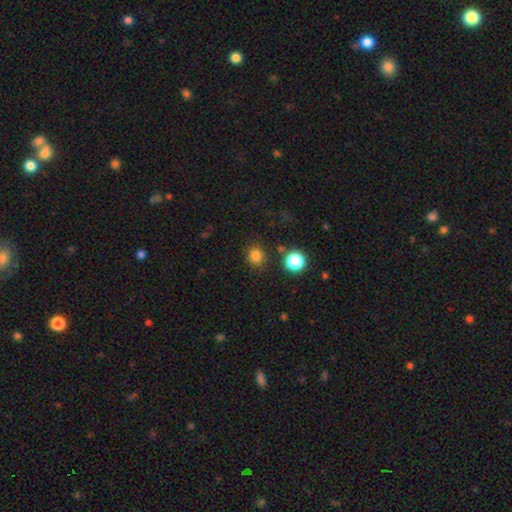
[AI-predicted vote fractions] Overall: smooth (80%). How rounded: round (82%). Merging: none (85%).